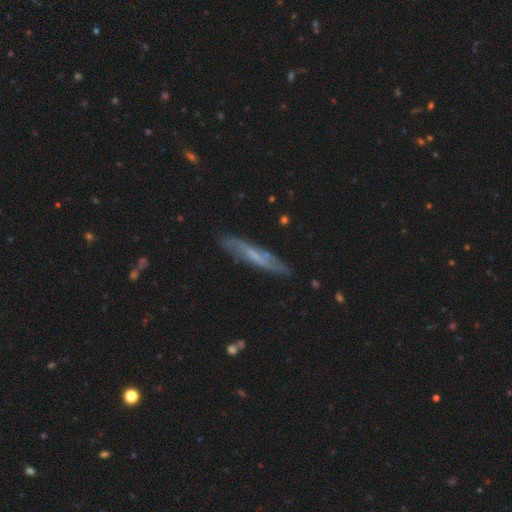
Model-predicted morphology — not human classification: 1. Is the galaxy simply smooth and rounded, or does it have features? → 60% featured or disk, 32% smooth, 8% star or artifact.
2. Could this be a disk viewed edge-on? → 56% yes, 44% no.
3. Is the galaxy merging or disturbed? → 76% none, 17% minor disturbance, 4% major disturbance, 2% merger.